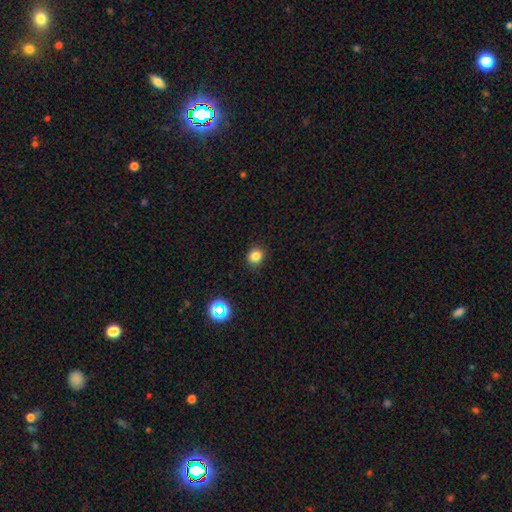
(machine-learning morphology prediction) smooth 81%, star or artifact 14%, featured or disk 5%. Down the decision tree: how rounded — round (75%); merging — none (88%).